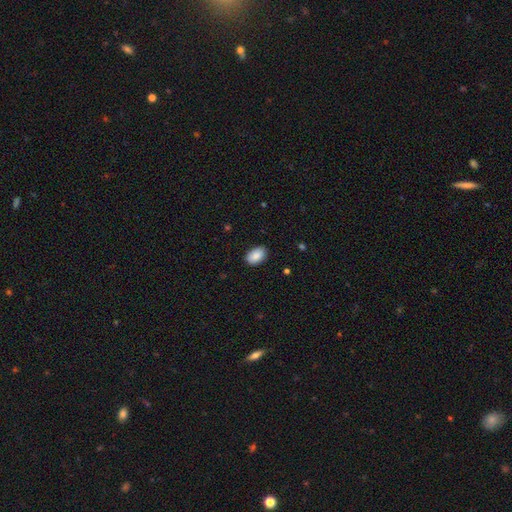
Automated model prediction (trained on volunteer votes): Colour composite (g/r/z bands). It shows a smooth galaxy with no disk features (89%) that is in between round and cigar-shaped (91%). Merging: none (87%).